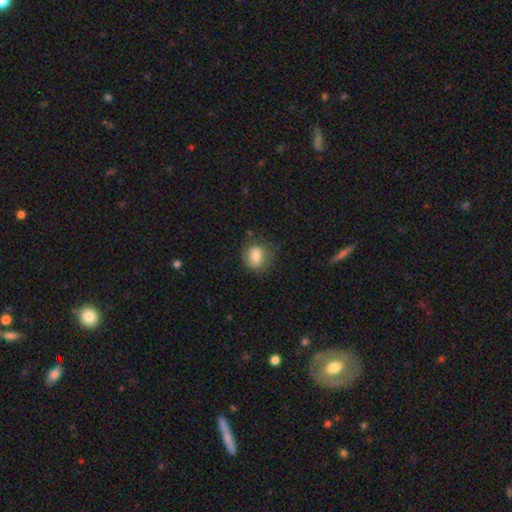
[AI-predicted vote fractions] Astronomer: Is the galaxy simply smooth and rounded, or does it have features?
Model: smooth — 80%.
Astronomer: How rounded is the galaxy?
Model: round — 52% (runner-up: in between, 47%).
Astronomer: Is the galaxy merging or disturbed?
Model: none — 64%.